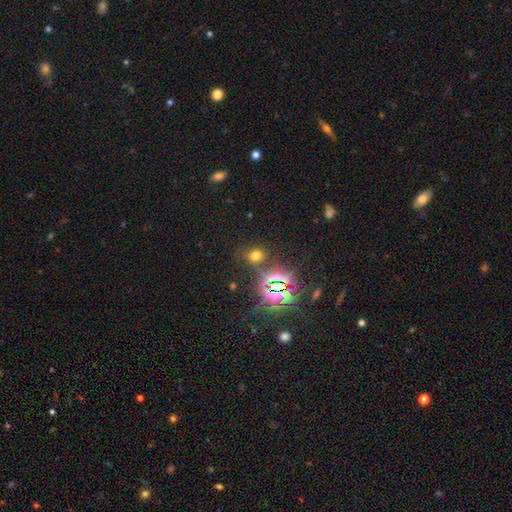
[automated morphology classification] This is possibly a smooth galaxy (52%). How rounded: possibly round (54%). Merging: likely none (79%).